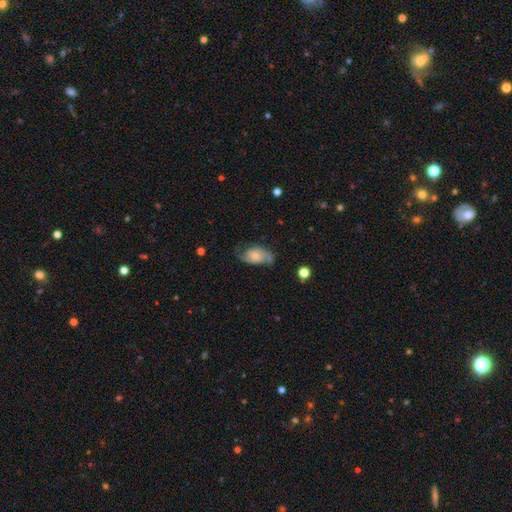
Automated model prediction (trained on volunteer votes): Smooth or featured? Predicted: featured or disk (p=0.51). Edge-on disk? Predicted: no (p=0.95). Merging? Predicted: none (p=0.53).